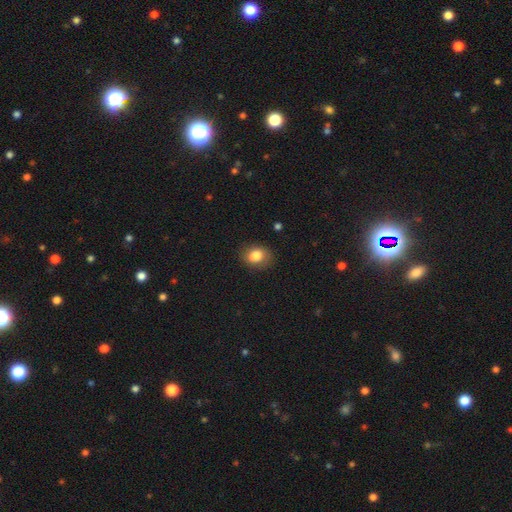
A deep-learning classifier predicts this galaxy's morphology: The model was most divided on "how rounded": in between: 62%, round: 37%, cigar-shaped: 1%. More confident: smooth or featured — smooth (83%); merging — none (78%).